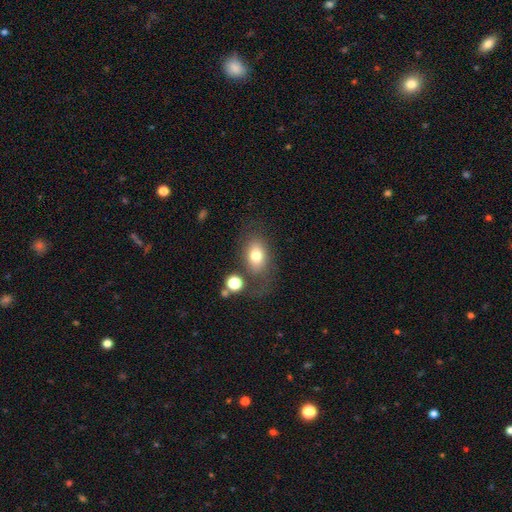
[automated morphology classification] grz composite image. It shows a smooth galaxy with no disk features (75%) that is in between round and cigar-shaped (78%). Merging: none (65%).